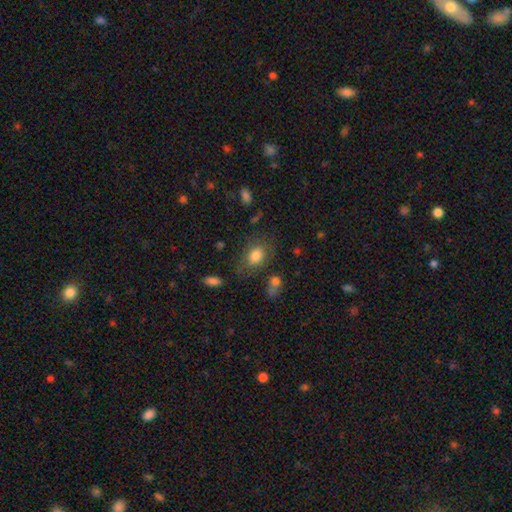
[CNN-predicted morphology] A smooth galaxy with no disk features (76%) that is in between round and cigar-shaped (72%).

Vote fractions:
- Smooth or featured? smooth: 76% / featured or disk: 15% / star or artifact: 9%
- How rounded? in between: 72% / round: 26% / cigar-shaped: 2%
- Merging? none: 63% / minor disturbance: 21% / major disturbance: 10% / merger: 6%